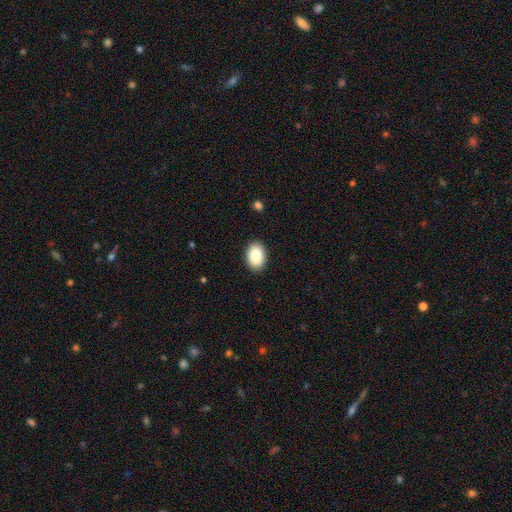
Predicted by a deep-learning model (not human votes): smooth_or_featured: smooth (p=0.89) [alt: star or artifact p=0.07]
how_rounded: in between (p=0.87) [alt: round p=0.12]
merging: none (p=0.90) [alt: minor disturbance p=0.07]